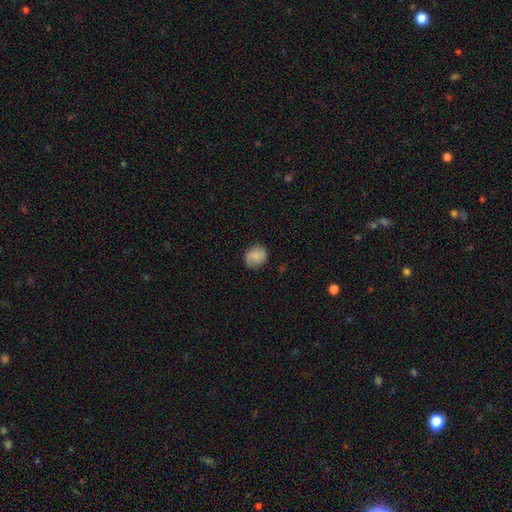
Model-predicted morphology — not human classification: smooth-or-featured: smooth: 76% | featured or disk: 16% | star or artifact: 8%
  how-rounded: round: 78% | in between: 21% | cigar-shaped: 1%
  merging: none: 79% | minor disturbance: 16% | major disturbance: 4% | merger: 1%